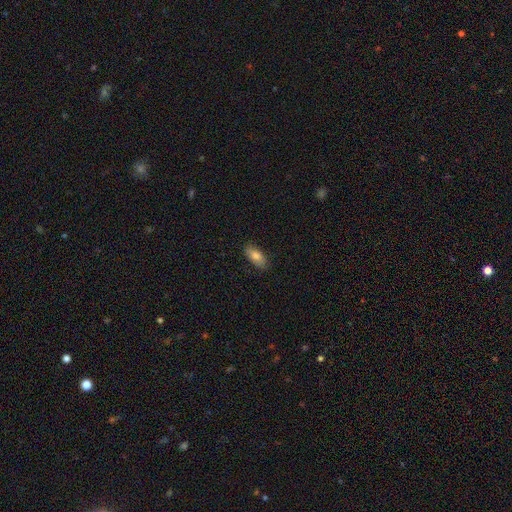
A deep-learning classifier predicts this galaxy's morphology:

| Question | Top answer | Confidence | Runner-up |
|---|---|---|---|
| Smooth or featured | smooth | 81% | featured or disk (12%) |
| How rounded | in between | 86% | cigar-shaped (11%) |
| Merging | none | 83% | minor disturbance (13%) |